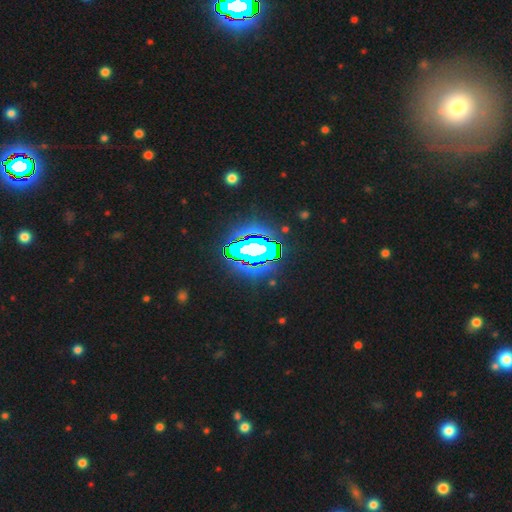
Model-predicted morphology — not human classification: This is likely a star or artifact rather than a galaxy (79%).